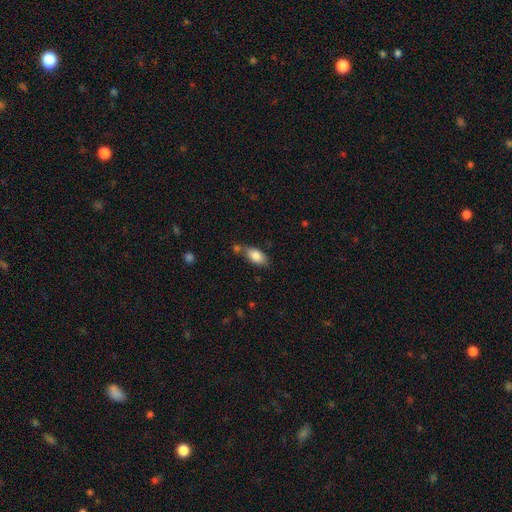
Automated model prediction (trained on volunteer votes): A smooth galaxy with no disk features (83%) that is in between round and cigar-shaped (90%).

Vote fractions:
- Smooth or featured? smooth: 83% / featured or disk: 9% / star or artifact: 7%
- How rounded? in between: 90% / cigar-shaped: 5% / round: 5%
- Merging? none: 61% / minor disturbance: 19% / merger: 15% / major disturbance: 5%